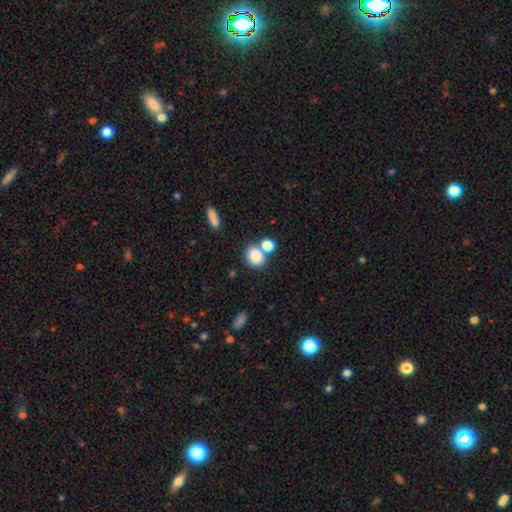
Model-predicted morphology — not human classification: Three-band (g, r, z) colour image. It shows a smooth galaxy with no disk features (83%) that is round (59%). Merging: none (52%).